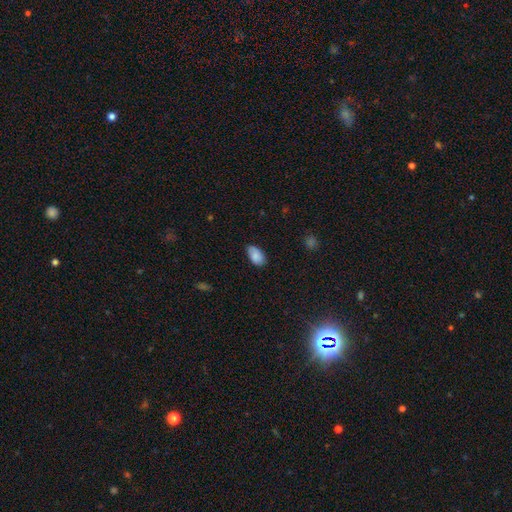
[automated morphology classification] smooth-or-featured: smooth: 83% | featured or disk: 10% | star or artifact: 7%
  how-rounded: in between: 94% | round: 4% | cigar-shaped: 1%
  merging: none: 72% | minor disturbance: 23% | major disturbance: 4% | merger: 1%